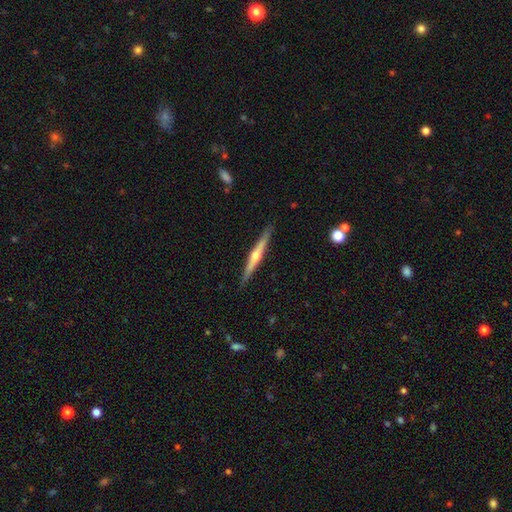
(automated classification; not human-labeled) Morphology: type=featured or disk (72%); edge-on=yes (98%); edge-on bulge=rounded (88%); merging=none (91%).